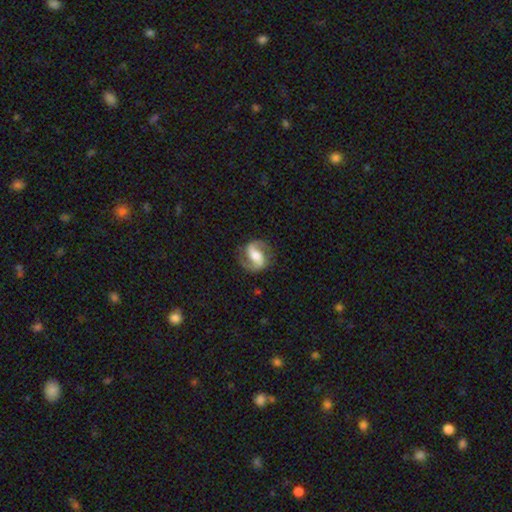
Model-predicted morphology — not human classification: Q: Smooth or featured?
A: featured or disk (86%); runner-up: smooth (9%)
Q: Edge-on disk?
A: no (97%); runner-up: yes (3%)
Q: Bar?
A: weak (38%); runner-up: strong (37%)
Q: Spiral arms?
A: yes (97%); runner-up: no (3%)
Q: Spiral winding?
A: medium (51%); runner-up: loose (33%)
Q: Spiral arm count?
A: 2 (93%); runner-up: can't tell (2%)
Q: Bulge size?
A: moderate (53%); runner-up: large (23%)
Q: Merging?
A: none (82%); runner-up: minor disturbance (11%)